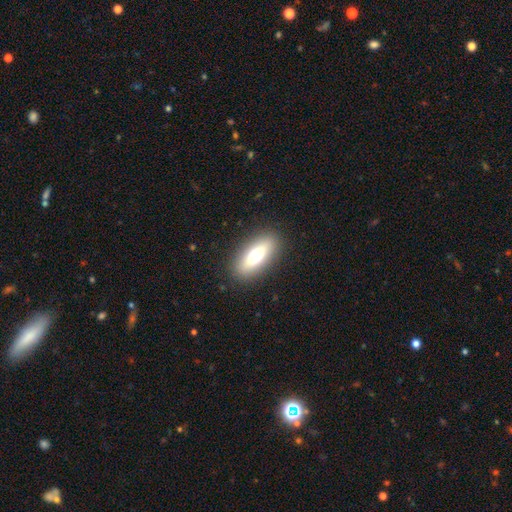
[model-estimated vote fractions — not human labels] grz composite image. It shows a smooth galaxy with no disk features (67%) that is in between round and cigar-shaped (73%). Merging: none (88%).